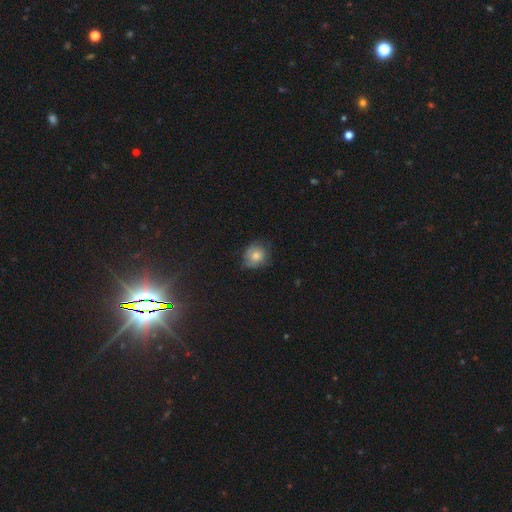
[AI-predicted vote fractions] Smooth or featured: smooth — 73% (featured or disk — 17%)
How rounded: round — 76% (in between — 23%)
Merging: none — 61% (minor disturbance — 30%)